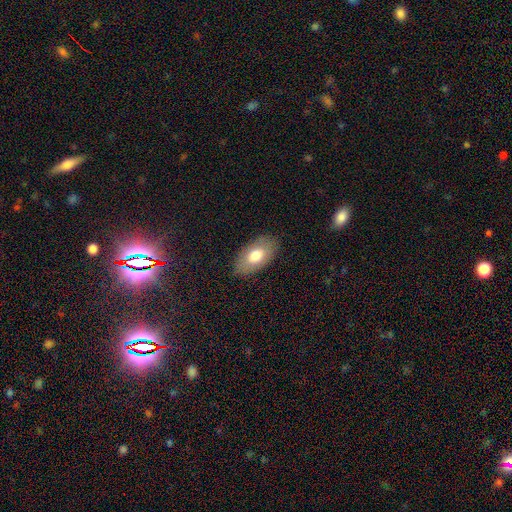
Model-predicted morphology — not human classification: Smooth or featured: smooth — 73% (featured or disk — 21%)
How rounded: in between — 94% (round — 4%)
Merging: none — 84% (minor disturbance — 12%)